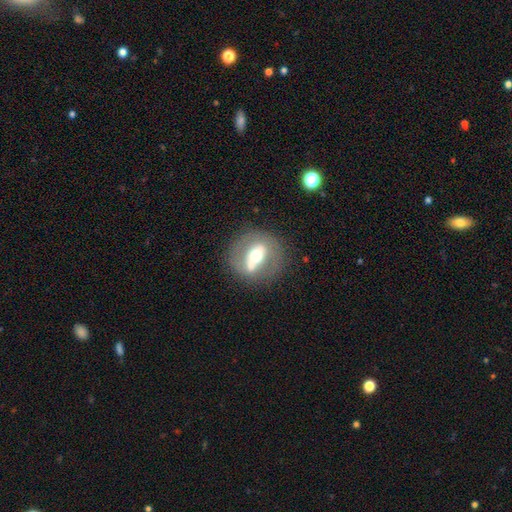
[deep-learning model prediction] A featured or disk galaxy (53%).

Vote fractions:
- Smooth or featured? featured or disk: 53% / smooth: 38% / star or artifact: 9%
- Edge-on disk? no: 87% / yes: 13%
- Merging? none: 65% / merger: 14% / minor disturbance: 14% / major disturbance: 7%